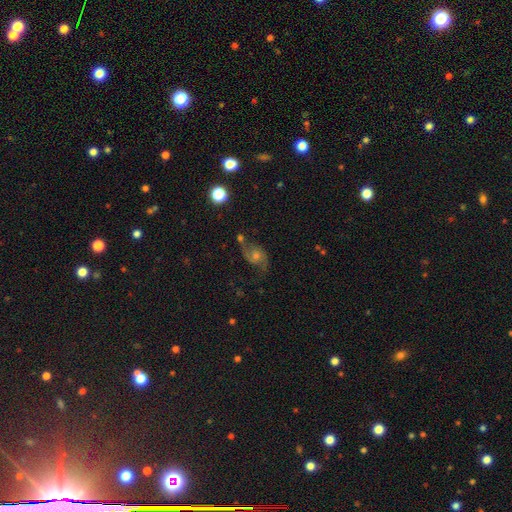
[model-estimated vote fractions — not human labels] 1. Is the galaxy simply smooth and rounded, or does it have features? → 71% featured or disk, 15% smooth, 14% star or artifact.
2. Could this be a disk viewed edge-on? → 97% no, 3% yes.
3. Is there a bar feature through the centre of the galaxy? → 70% no, 25% weak, 5% strong.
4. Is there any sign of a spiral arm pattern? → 92% yes, 8% no.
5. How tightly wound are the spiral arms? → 48% loose, 41% medium, 12% tight.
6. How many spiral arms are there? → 88% 2, 4% can't tell, 4% 1, 1% 3, 1% 4, 1% more than 4.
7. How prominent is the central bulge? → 50% moderate, 37% small, 6% large, 5% none, 2% dominant.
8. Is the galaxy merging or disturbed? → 65% none, 18% minor disturbance, 12% major disturbance, 5% merger.